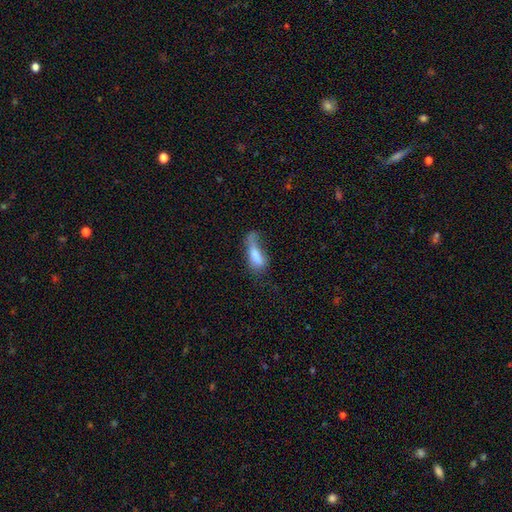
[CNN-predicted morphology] smooth_or_featured: smooth (p=0.70) [alt: featured or disk p=0.21]
how_rounded: in between (p=0.55) [alt: cigar-shaped p=0.42]
merging: major disturbance (p=0.41) [alt: none p=0.24]